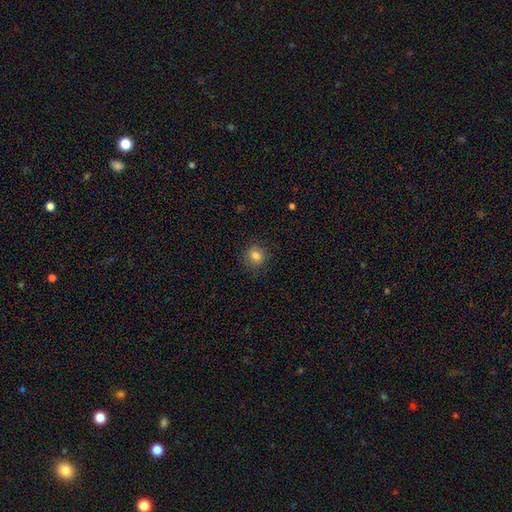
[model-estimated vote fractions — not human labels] smooth_or_featured: smooth (p=0.81) [alt: star or artifact p=0.11]
how_rounded: round (p=0.88) [alt: in between p=0.11]
merging: none (p=0.86) [alt: minor disturbance p=0.10]